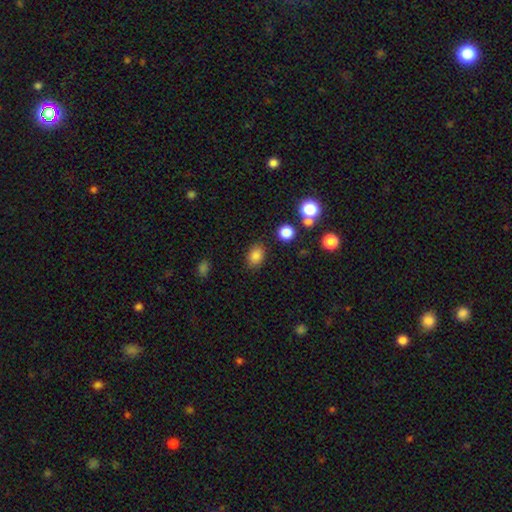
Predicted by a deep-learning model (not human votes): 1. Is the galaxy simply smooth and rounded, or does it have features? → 83% smooth, 12% star or artifact, 5% featured or disk.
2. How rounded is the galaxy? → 71% in between, 27% round, 1% cigar-shaped.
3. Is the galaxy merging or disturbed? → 82% none, 11% minor disturbance, 3% major disturbance, 3% merger.